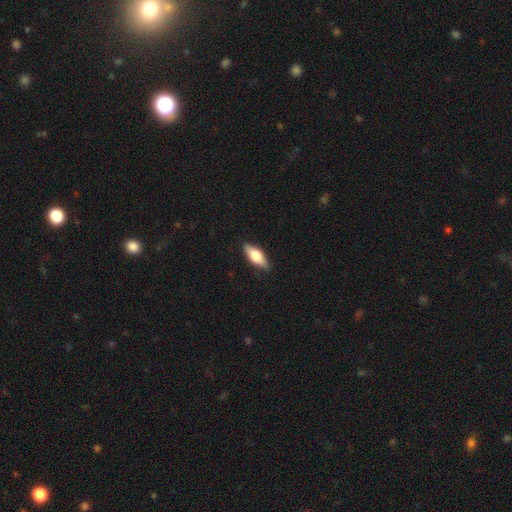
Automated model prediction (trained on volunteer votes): Q: Smooth or featured?
A: smooth (59%); runner-up: featured or disk (35%)
Q: How rounded?
A: in between (67%); runner-up: cigar-shaped (30%)
Q: Merging?
A: none (88%); runner-up: minor disturbance (9%)